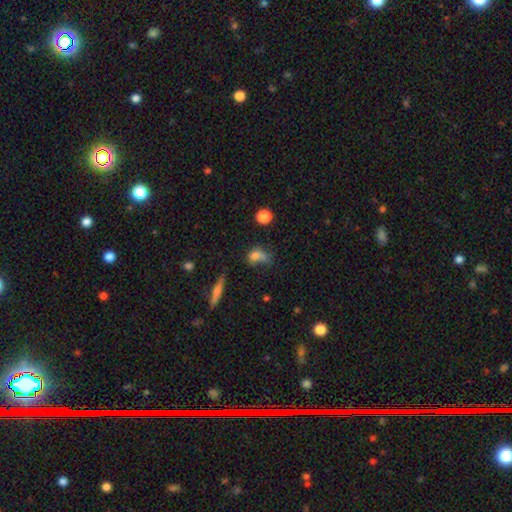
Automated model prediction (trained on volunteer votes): smooth_or_featured: smooth (p=0.71) [alt: featured or disk p=0.15]
how_rounded: in between (p=0.64) [alt: round p=0.27]
merging: none (p=0.33) [alt: major disturbance p=0.27]